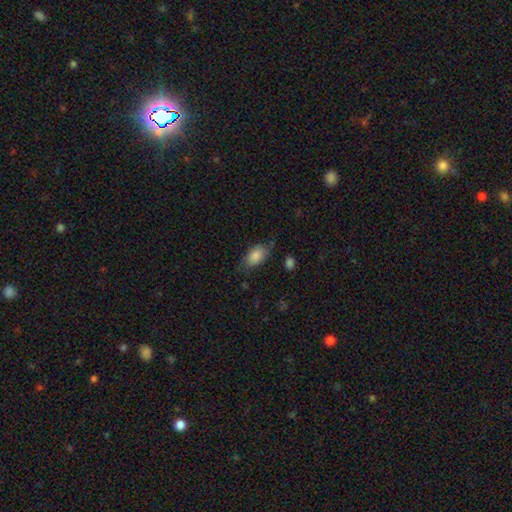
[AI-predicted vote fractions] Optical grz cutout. It shows a smooth galaxy with no disk features (81%) that is in between round and cigar-shaped (90%). Merging: none (62%).